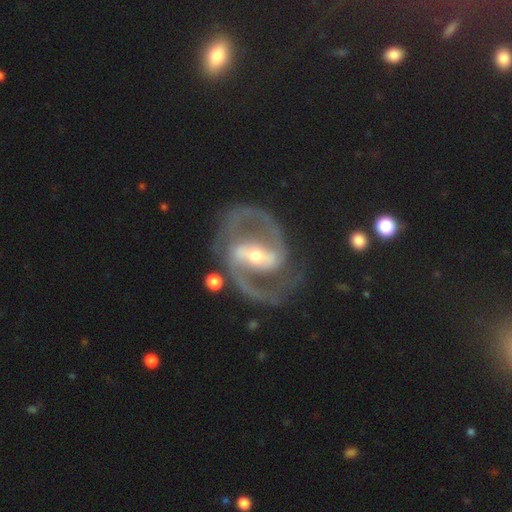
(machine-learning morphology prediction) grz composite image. It shows a featured or disk galaxy (92%) with a strong bar (63%), 2 (92%) medium (63%) spiral arms (96%) and a moderate central bulge (56%). Merging: none (74%).